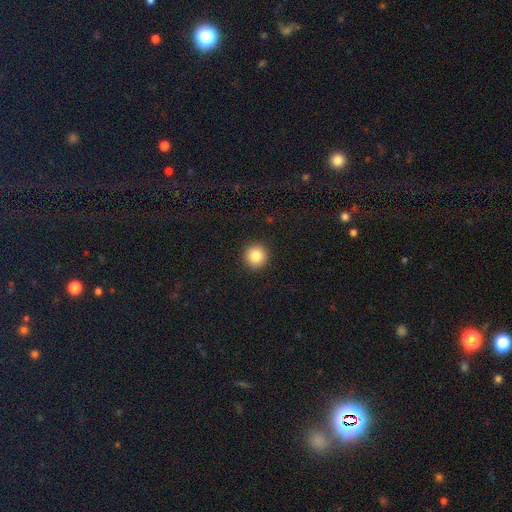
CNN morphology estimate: Smooth or featured?
  - smooth: 84% *
  - star or artifact: 10%
  - featured or disk: 6%
How rounded?
  - round: 95% *
  - in between: 4%
  - cigar-shaped: 1%
Merging?
  - none: 93% *
  - minor disturbance: 5%
  - major disturbance: 2%
  - merger: 1%